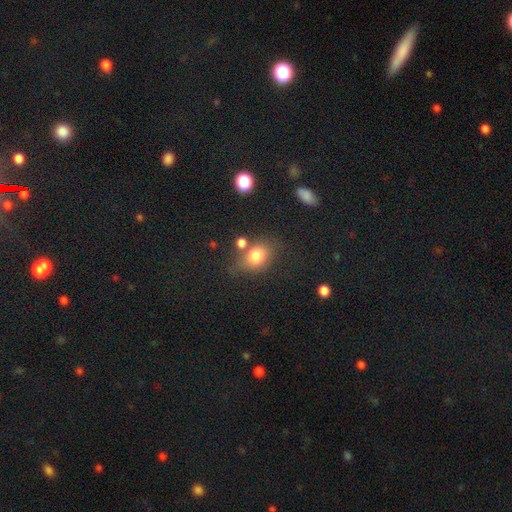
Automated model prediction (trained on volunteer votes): Smooth or featured: smooth — 77% (star or artifact — 12%)
How rounded: in between — 53% (round — 45%)
Merging: none — 58% (minor disturbance — 19%)